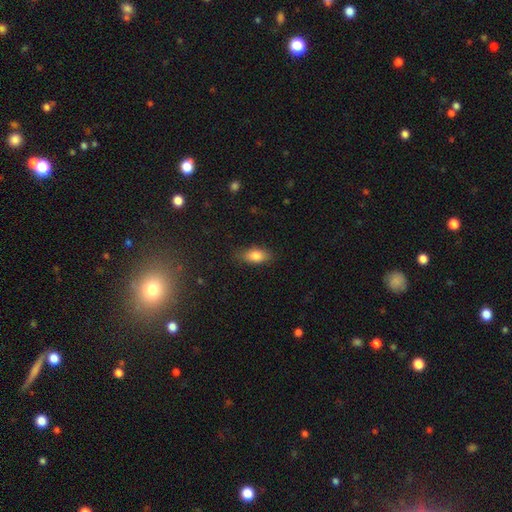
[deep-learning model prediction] Smooth or featured: smooth — 82% (featured or disk — 10%)
How rounded: in between — 84% (cigar-shaped — 10%)
Merging: none — 81% (minor disturbance — 15%)